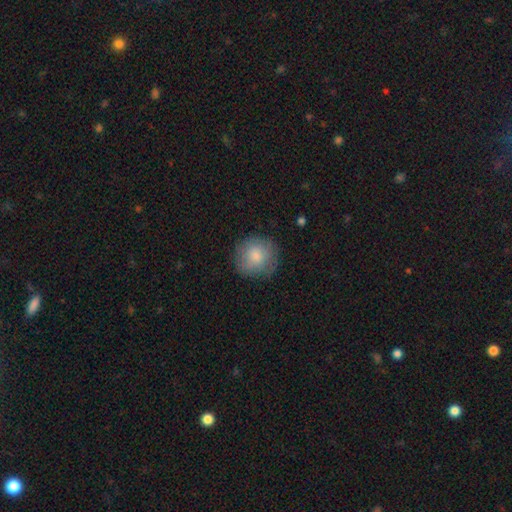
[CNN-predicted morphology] smooth 81%, featured or disk 12%, star or artifact 7%. Down the decision tree: how rounded — round (91%); merging — none (81%).